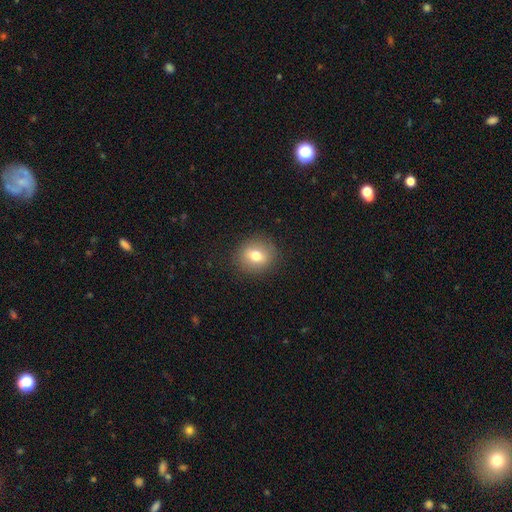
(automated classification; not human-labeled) The model was most divided on "how rounded": round: 74%, in between: 25%, cigar-shaped: 1%. More confident: merging — none (88%); smooth or featured — smooth (73%).